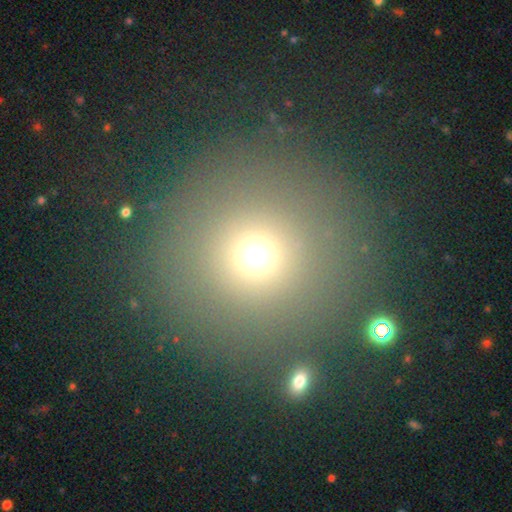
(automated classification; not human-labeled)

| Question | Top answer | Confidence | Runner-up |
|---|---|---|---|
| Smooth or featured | smooth | 69% | star or artifact (22%) |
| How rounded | round | 95% | in between (4%) |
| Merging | none | 83% | minor disturbance (8%) |